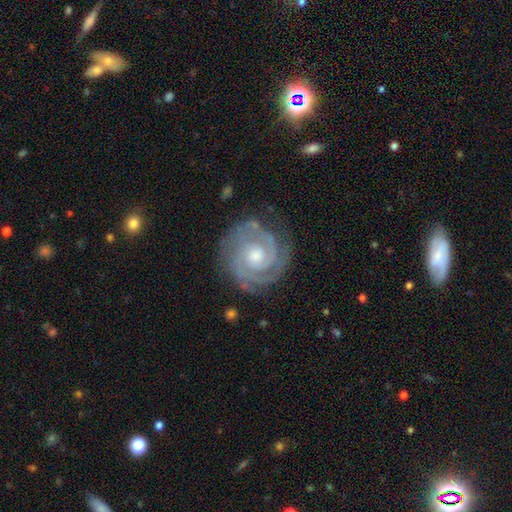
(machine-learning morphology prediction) Smooth or featured? featured or disk (90%)
Edge-on disk? no (98%)
Bar? no (69%)
Spiral arms? yes (98%)
Spiral winding? tight (78%)
Spiral arm count? 2 (50%)
Bulge size? moderate (61%)
Merging? none (80%)